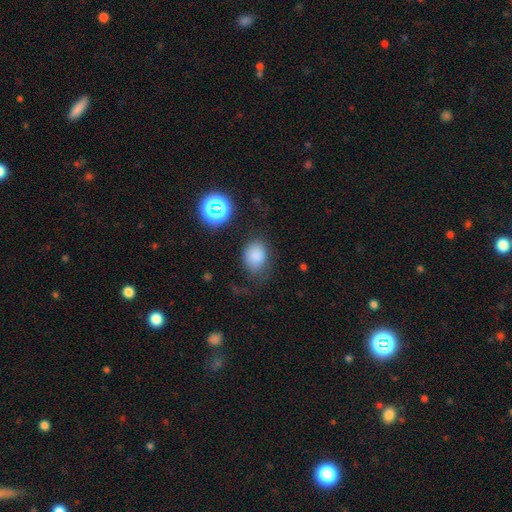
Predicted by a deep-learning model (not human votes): Smooth or featured: smooth — 79% (star or artifact — 14%)
How rounded: in between — 56% (round — 43%)
Merging: none — 66% (minor disturbance — 21%)